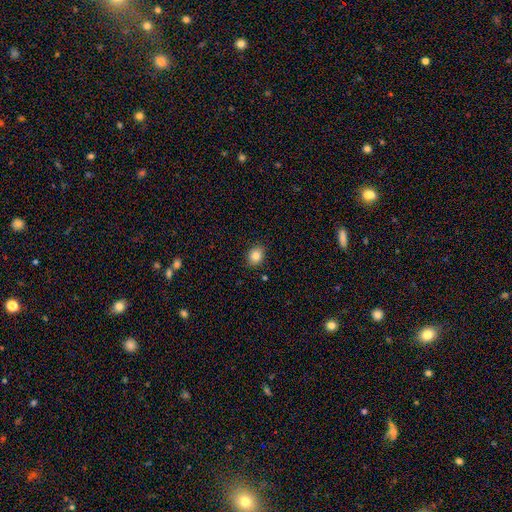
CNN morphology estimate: smooth_or_featured: smooth (p=0.85) [alt: star or artifact p=0.10]
how_rounded: round (p=0.60) [alt: in between p=0.39]
merging: none (p=0.88) [alt: minor disturbance p=0.09]